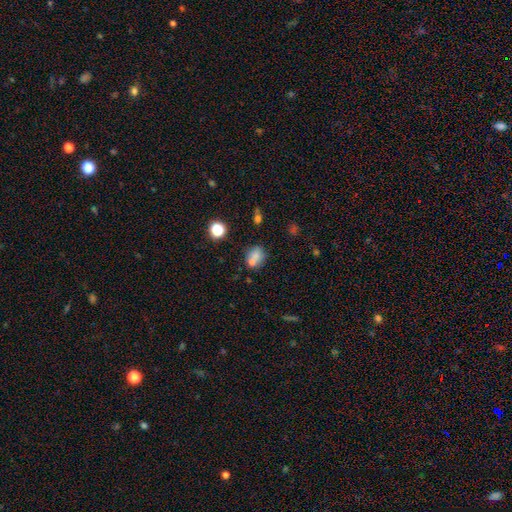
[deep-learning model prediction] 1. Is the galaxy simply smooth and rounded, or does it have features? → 69% smooth, 15% star or artifact, 15% featured or disk.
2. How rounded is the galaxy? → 57% round, 42% in between, 2% cigar-shaped.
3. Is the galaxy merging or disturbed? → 50% none, 31% merger, 14% minor disturbance, 6% major disturbance.